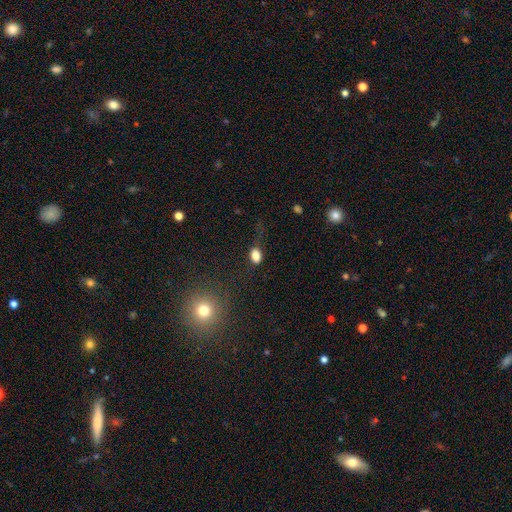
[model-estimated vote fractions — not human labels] Overall: smooth (82%). How rounded: in between (80%). Merging: none (54%; minor disturbance 23%).